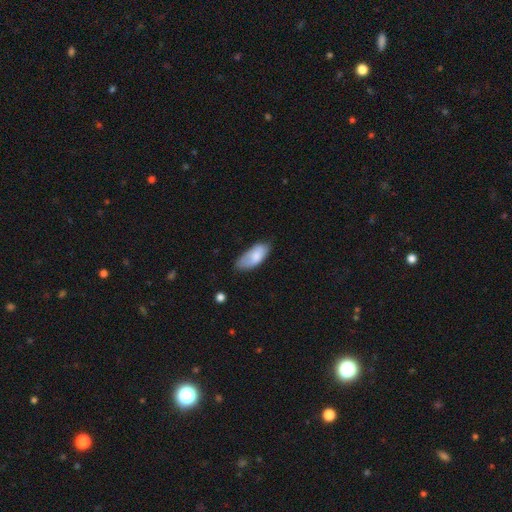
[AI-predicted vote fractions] This is likely a smooth galaxy (79%). How rounded: clearly in between (88%). Merging: possibly none (56%).